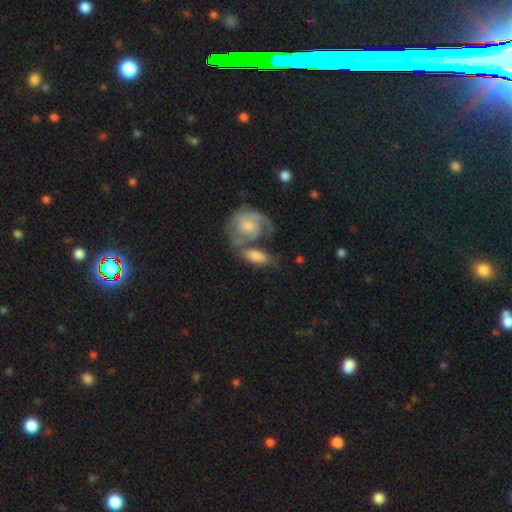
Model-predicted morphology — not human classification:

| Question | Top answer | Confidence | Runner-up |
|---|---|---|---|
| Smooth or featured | smooth | 53% | featured or disk (40%) |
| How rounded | in between | 80% | round (10%) |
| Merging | merger | 40% | none (33%) |